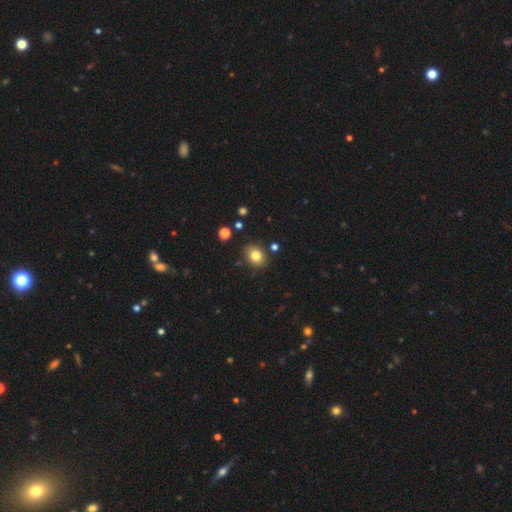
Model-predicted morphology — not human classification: Q: Smooth or featured?
A: smooth (80%); runner-up: star or artifact (11%)
Q: How rounded?
A: round (50%); runner-up: in between (49%)
Q: Merging?
A: none (82%); runner-up: minor disturbance (12%)